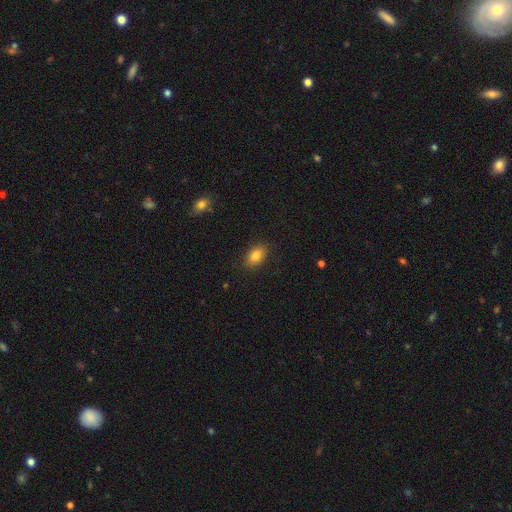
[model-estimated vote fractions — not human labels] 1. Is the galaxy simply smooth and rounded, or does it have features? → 83% smooth, 9% star or artifact, 8% featured or disk.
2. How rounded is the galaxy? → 83% in between, 15% round, 2% cigar-shaped.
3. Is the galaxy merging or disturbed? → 86% none, 11% minor disturbance, 3% major disturbance, 1% merger.